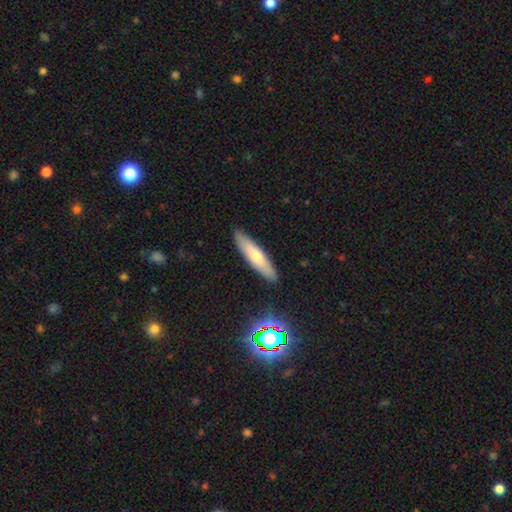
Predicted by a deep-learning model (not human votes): This is likely a smooth galaxy (63%). How rounded: clearly cigar-shaped (80%). Merging: clearly none (89%).